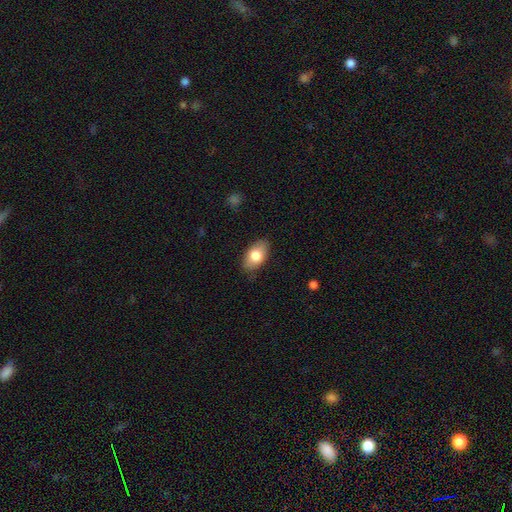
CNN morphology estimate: smooth_or_featured: smooth (p=0.78) [alt: featured or disk p=0.15]
how_rounded: in between (p=0.93) [alt: round p=0.05]
merging: none (p=0.83) [alt: minor disturbance p=0.13]